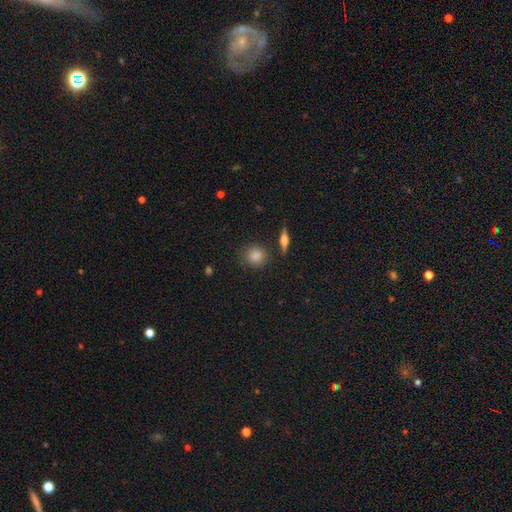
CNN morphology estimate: smooth-or-featured: smooth: 84% | star or artifact: 8% | featured or disk: 7%
  how-rounded: round: 80% | in between: 18% | cigar-shaped: 2%
  merging: none: 84% | minor disturbance: 10% | merger: 3% | major disturbance: 3%